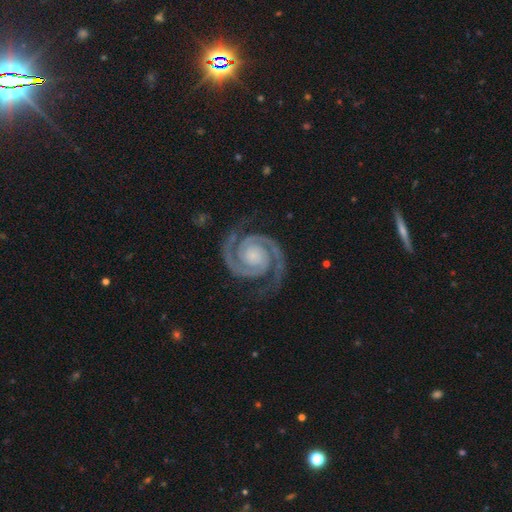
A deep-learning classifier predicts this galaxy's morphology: Smooth or featured: featured or disk — 94% (star or artifact — 4%)
Edge-on disk: no — 98% (yes — 2%)
Bar: no — 65% (weak — 24%)
Spiral arms: yes — 99% (no — 1%)
Spiral winding: tight — 68% (medium — 29%)
Spiral arm count: 2 — 94% (3 — 2%)
Bulge size: small — 41% (moderate — 39%)
Merging: none — 83% (minor disturbance — 12%)